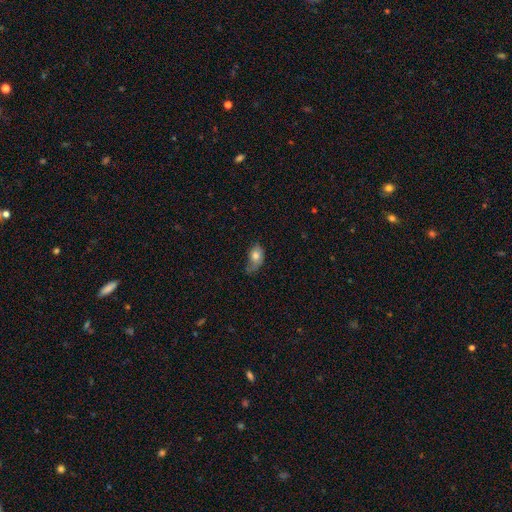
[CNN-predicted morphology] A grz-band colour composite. It shows a smooth galaxy with no disk features (75%) that is in between round and cigar-shaped (84%). Merging: minor disturbance (40%).